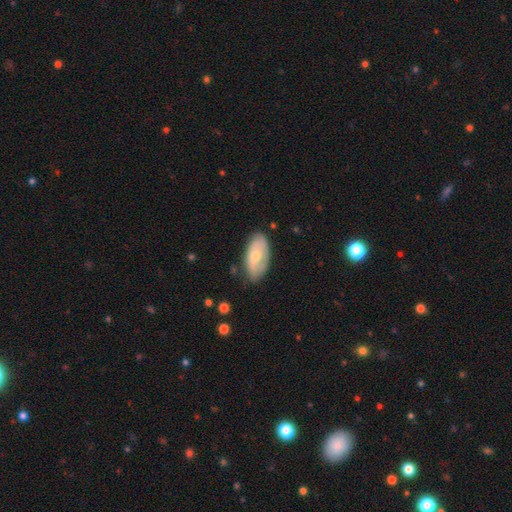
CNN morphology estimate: This is possibly a smooth galaxy (57%). How rounded: clearly in between (94%). Merging: likely none (69%).